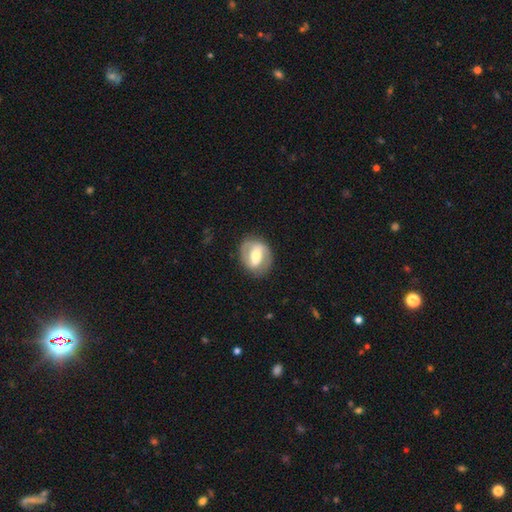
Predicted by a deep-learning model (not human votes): Q: Smooth or featured?
A: featured or disk (71%); runner-up: smooth (24%)
Q: Edge-on disk?
A: no (96%); runner-up: yes (4%)
Q: Bar?
A: strong (53%); runner-up: weak (32%)
Q: Spiral arms?
A: yes (74%); runner-up: no (26%)
Q: Bulge size?
A: moderate (62%); runner-up: small (22%)
Q: Merging?
A: none (82%); runner-up: minor disturbance (12%)